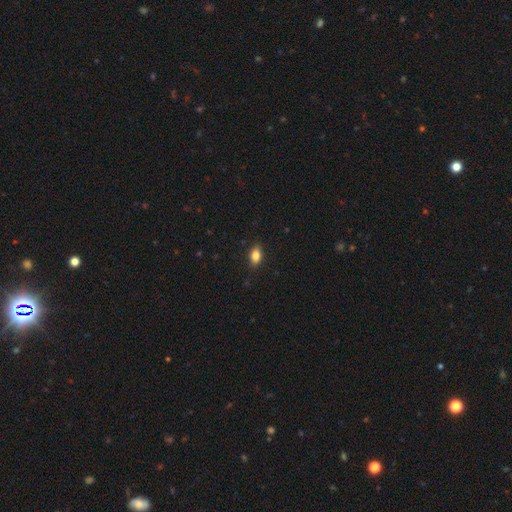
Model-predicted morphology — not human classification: This appears to be a smooth galaxy with no disk features (82%) that is in between round and cigar-shaped (85%). Merging: none (86%).